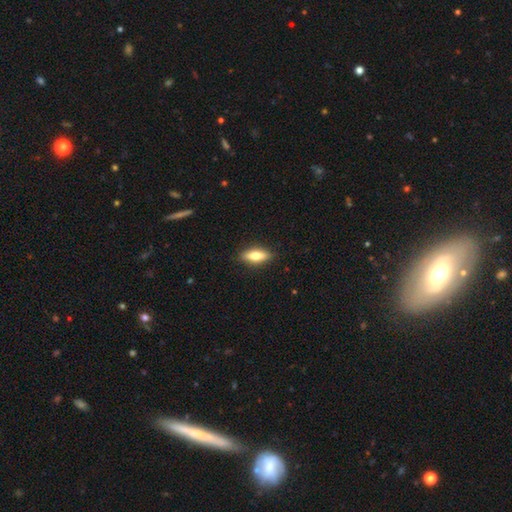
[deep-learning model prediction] smooth-or-featured: smooth: 61% | featured or disk: 32% | star or artifact: 6%
  how-rounded: in between: 59% | cigar-shaped: 38% | round: 3%
  merging: none: 87% | minor disturbance: 9% | major disturbance: 2% | merger: 1%